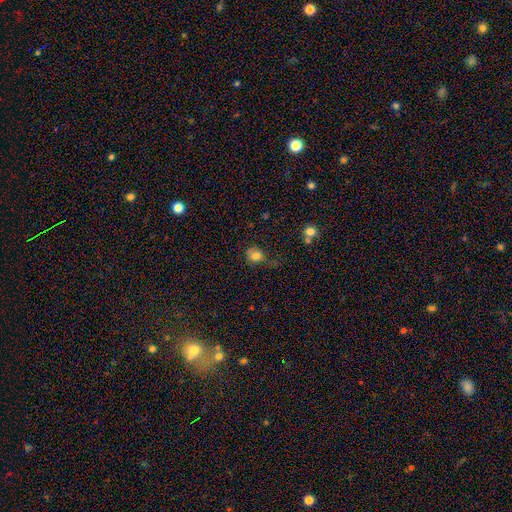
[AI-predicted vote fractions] Overall: smooth (79%). How rounded: round (71%). Merging: none (47%; minor disturbance 28%).